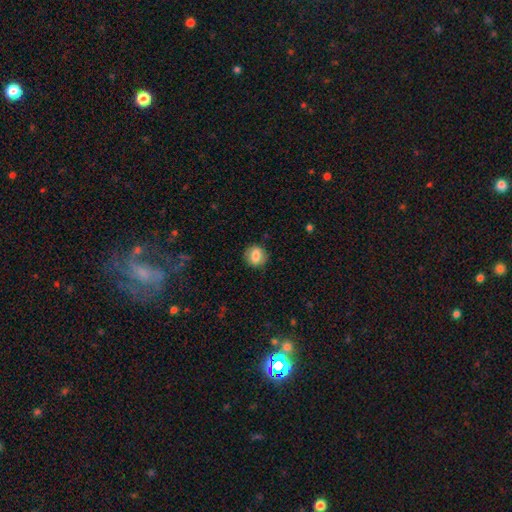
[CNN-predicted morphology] Smooth or featured? Predicted: smooth (p=0.79). How rounded? Predicted: round (p=0.75). Merging? Predicted: none (p=0.87).